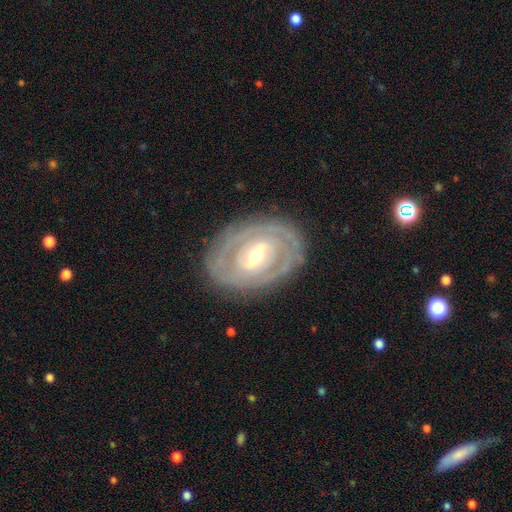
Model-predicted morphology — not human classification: Smooth or featured?
  - featured or disk: 82% *
  - smooth: 13%
  - star or artifact: 5%
Edge-on disk?
  - no: 95% *
  - yes: 5%
Bar?
  - weak: 43% *
  - strong: 34%
  - no: 23%
Spiral arms?
  - yes: 79% *
  - no: 21%
Spiral winding?
  - tight: 77% *
  - medium: 18%
  - loose: 5%
Spiral arm count?
  - 2: 42% *
  - can't tell: 34%
  - 3: 11%
  - 1: 5%
  - 4: 5%
  - more than 4: 3%
Bulge size?
  - moderate: 53% *
  - small: 41%
  - large: 4%
  - none: 1%
  - dominant: 1%
Merging?
  - none: 82% *
  - minor disturbance: 13%
  - major disturbance: 5%
  - merger: 1%